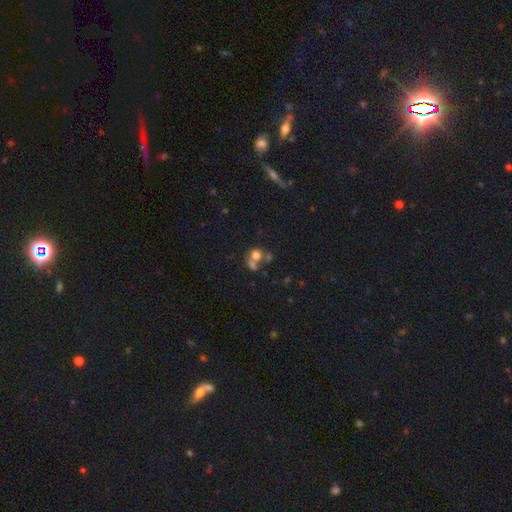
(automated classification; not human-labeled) smooth 66%, featured or disk 19%, star or artifact 16%. Down the decision tree: how rounded — round (74%); merging — merger (49%).